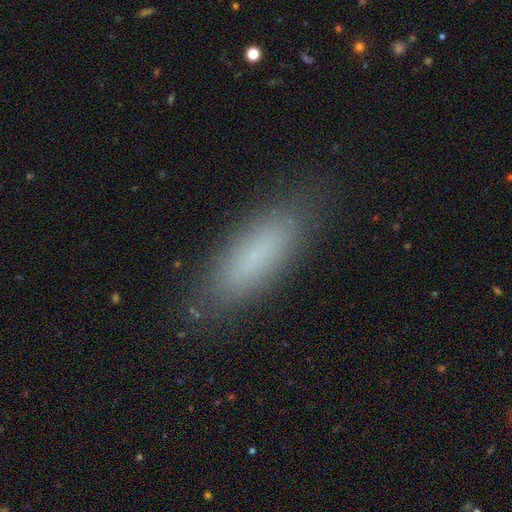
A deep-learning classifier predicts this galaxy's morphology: smooth-or-featured: smooth: 79% | featured or disk: 12% | star or artifact: 9%
  how-rounded: in between: 54% | cigar-shaped: 44% | round: 2%
  merging: none: 85% | minor disturbance: 11% | major disturbance: 3% | merger: 1%